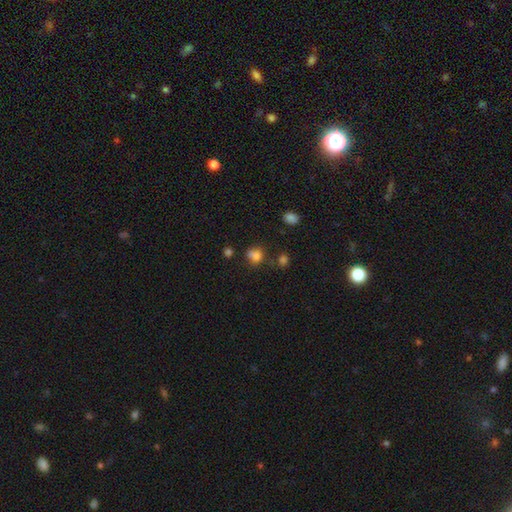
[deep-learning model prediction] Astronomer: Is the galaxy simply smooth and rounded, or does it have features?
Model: smooth — 76%.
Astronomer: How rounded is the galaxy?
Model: round — 58% (runner-up: in between, 41%).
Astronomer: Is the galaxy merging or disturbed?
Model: none — 49%.